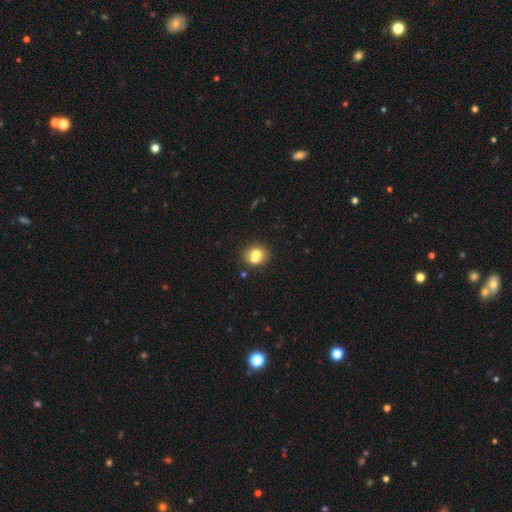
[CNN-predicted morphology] smooth 68%, featured or disk 21%, star or artifact 11%. Down the decision tree: how rounded — round (76%); merging — merger (44%).